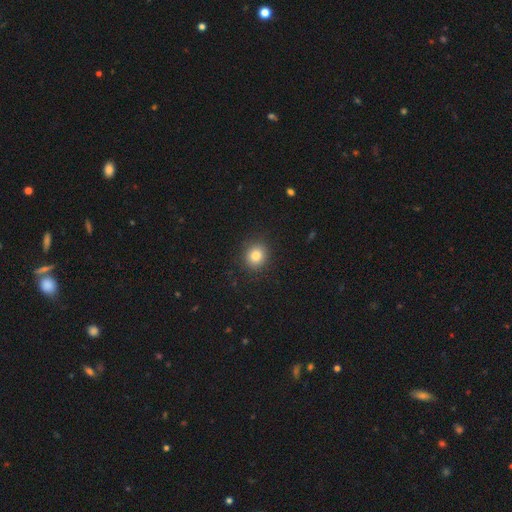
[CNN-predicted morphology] Smooth or featured? Predicted: smooth (p=0.82). How rounded? Predicted: round (p=0.82). Merging? Predicted: none (p=0.90).